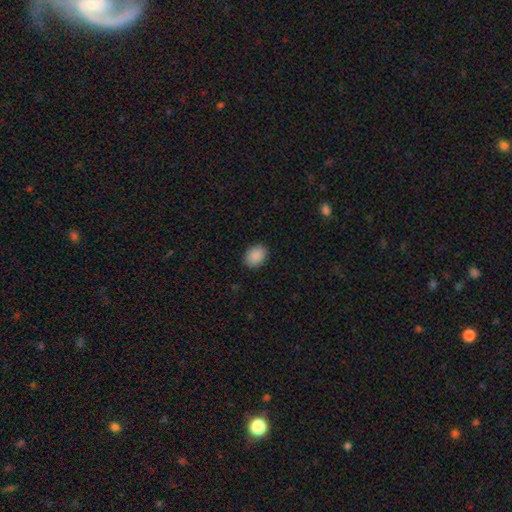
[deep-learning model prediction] Smooth or featured: smooth — 89% (star or artifact — 8%)
How rounded: in between — 59% (round — 40%)
Merging: none — 89% (minor disturbance — 8%)